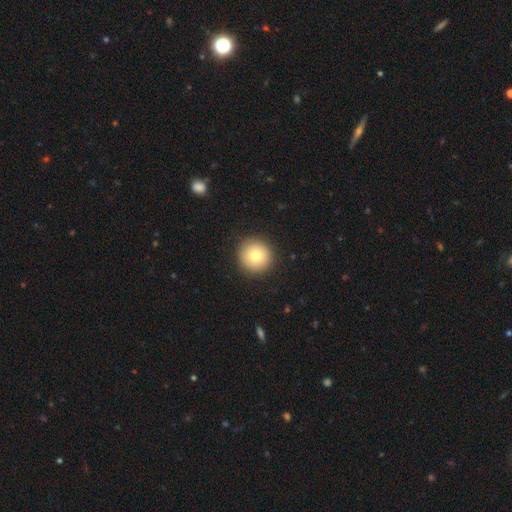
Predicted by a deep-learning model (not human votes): Smooth or featured: smooth — 77% (featured or disk — 13%)
How rounded: round — 95% (in between — 4%)
Merging: none — 91% (minor disturbance — 6%)